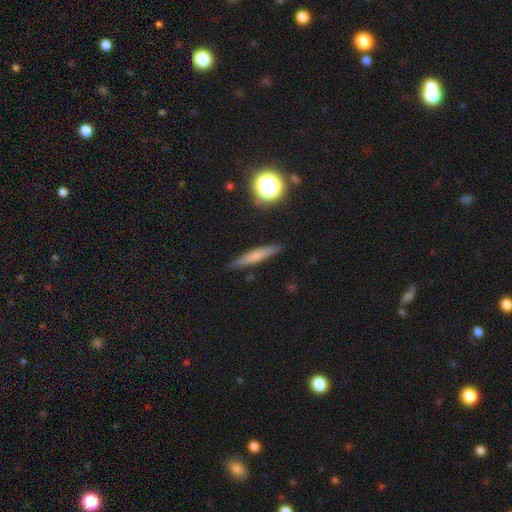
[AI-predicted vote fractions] Smooth or featured: smooth — 54% (featured or disk — 36%)
How rounded: cigar-shaped — 89% (in between — 7%)
Merging: none — 88% (minor disturbance — 9%)